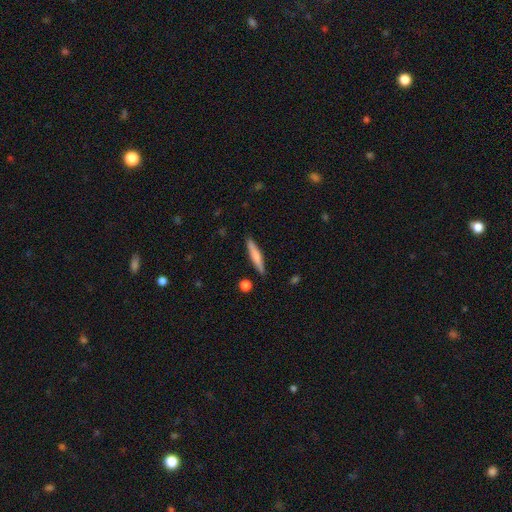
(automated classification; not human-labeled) Smooth or featured: smooth — 70% (featured or disk — 25%)
How rounded: cigar-shaped — 91% (in between — 7%)
Merging: none — 88% (minor disturbance — 8%)